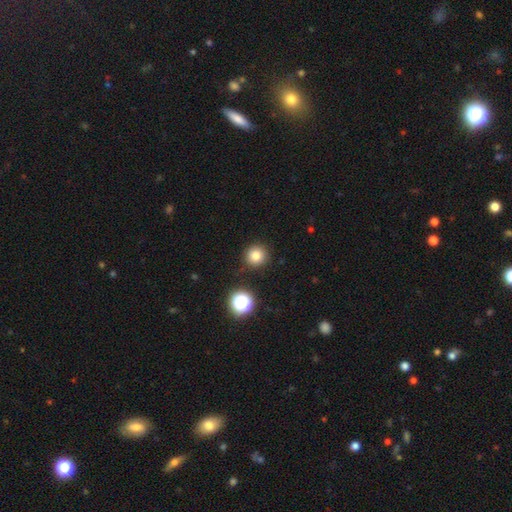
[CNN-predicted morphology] smooth 80%, star or artifact 14%, featured or disk 6%. Down the decision tree: how rounded — round (94%); merging — none (88%).